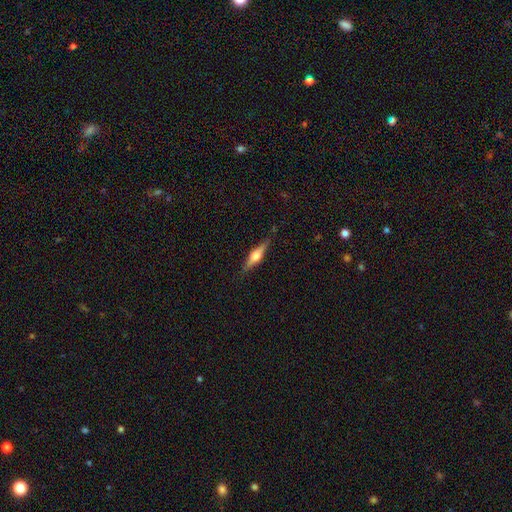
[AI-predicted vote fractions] Smooth or featured? Predicted: featured or disk (p=0.63). Edge-on disk? Predicted: yes (p=0.97). Edge-on bulge? Predicted: rounded (p=0.90). Merging? Predicted: none (p=0.86).